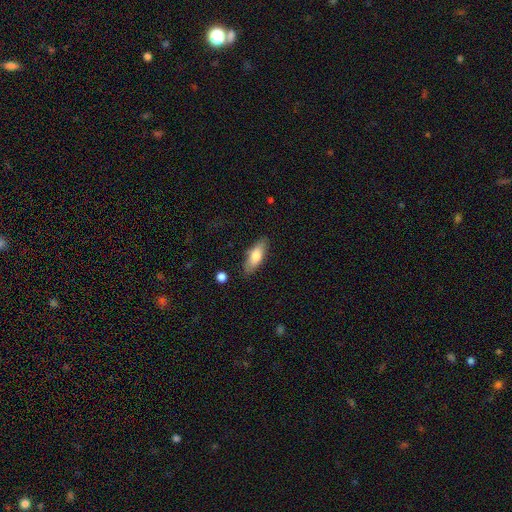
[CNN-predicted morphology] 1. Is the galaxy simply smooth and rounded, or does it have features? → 75% smooth, 19% featured or disk, 6% star or artifact.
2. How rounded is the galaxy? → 65% in between, 33% cigar-shaped, 2% round.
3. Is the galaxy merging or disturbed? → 82% none, 13% minor disturbance, 3% major disturbance, 2% merger.